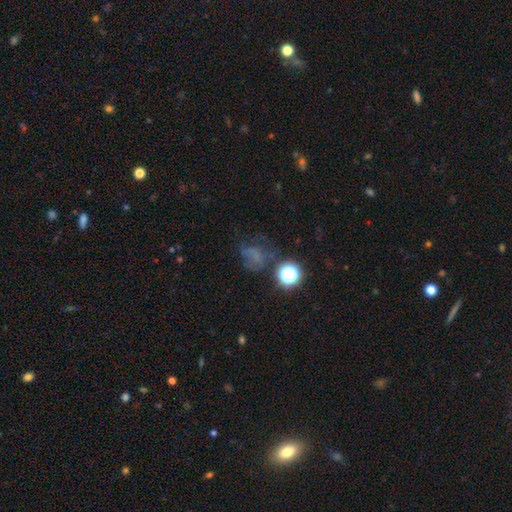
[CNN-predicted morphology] Overall: smooth (39%; star or artifact 38%). Merging: none (51%; major disturbance 23%).